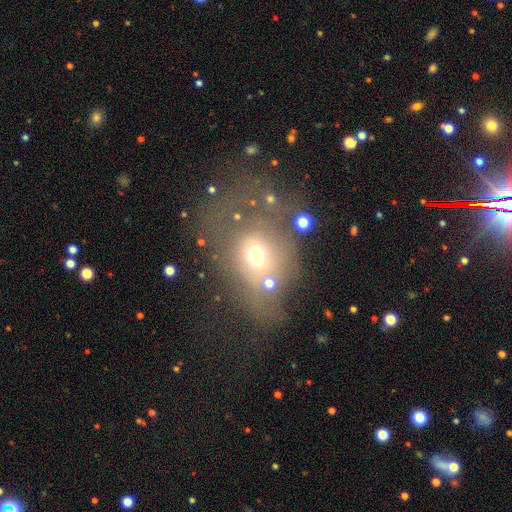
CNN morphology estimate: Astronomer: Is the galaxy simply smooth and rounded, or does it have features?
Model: smooth — 56%.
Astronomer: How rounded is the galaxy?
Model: in between — 50% (runner-up: round, 48%).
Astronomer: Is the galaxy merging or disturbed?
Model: major disturbance — 35% (runner-up: none, 31%).